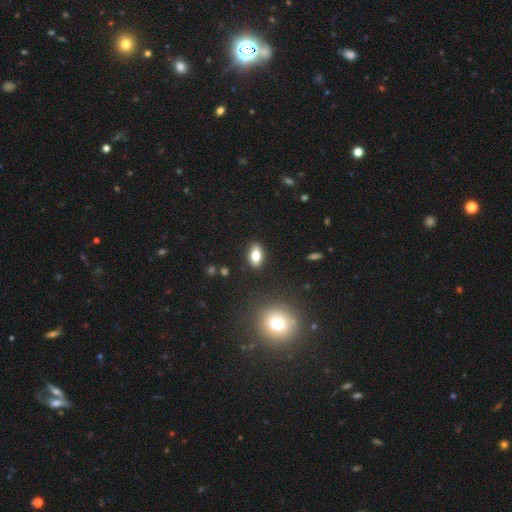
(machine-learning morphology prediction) smooth_or_featured: smooth (p=0.78) [alt: featured or disk p=0.13]
how_rounded: in between (p=0.87) [alt: round p=0.07]
merging: none (p=0.88) [alt: minor disturbance p=0.08]